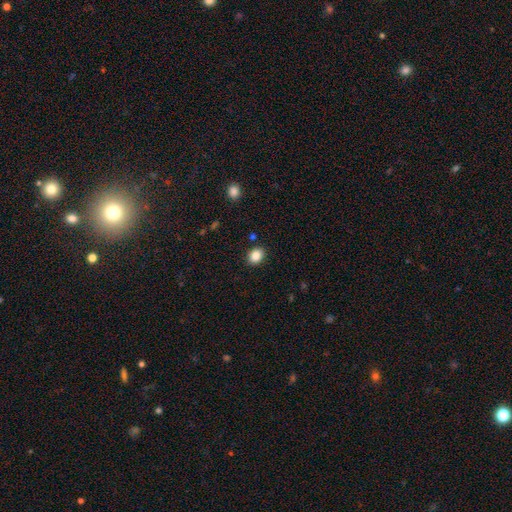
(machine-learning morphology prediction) Smooth or featured: smooth — 86% (star or artifact — 10%)
How rounded: round — 50% (in between — 49%)
Merging: none — 89% (minor disturbance — 8%)